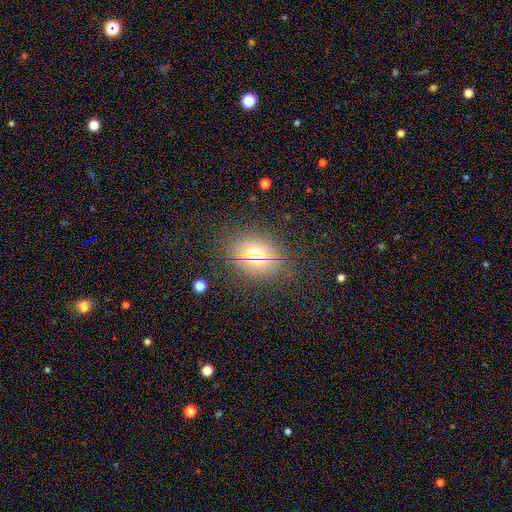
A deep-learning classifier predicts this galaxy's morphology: Smooth or featured? smooth (57%)
How rounded? in between (54%)
Merging? none (84%)